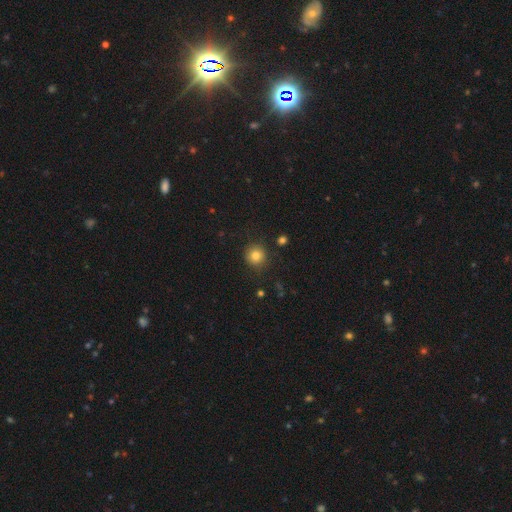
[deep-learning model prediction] Smooth or featured? Predicted: smooth (p=0.80). How rounded? Predicted: round (p=0.93). Merging? Predicted: none (p=0.88).